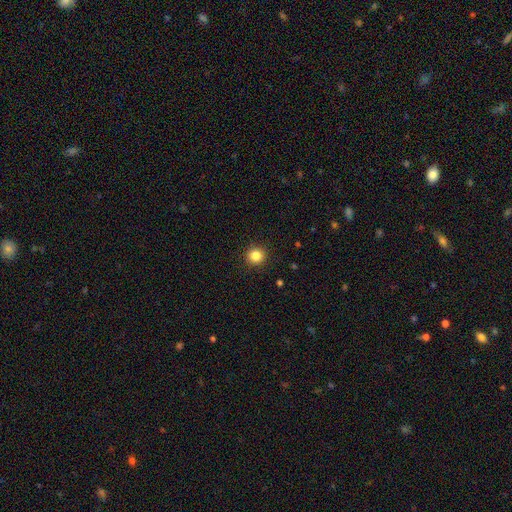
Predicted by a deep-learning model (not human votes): A smooth galaxy with no disk features (85%) that is round (94%).

Vote fractions:
- Smooth or featured? smooth: 85% / star or artifact: 11% / featured or disk: 4%
- How rounded? round: 94% / in between: 5% / cigar-shaped: 1%
- Merging? none: 92% / minor disturbance: 5% / major disturbance: 2% / merger: 1%